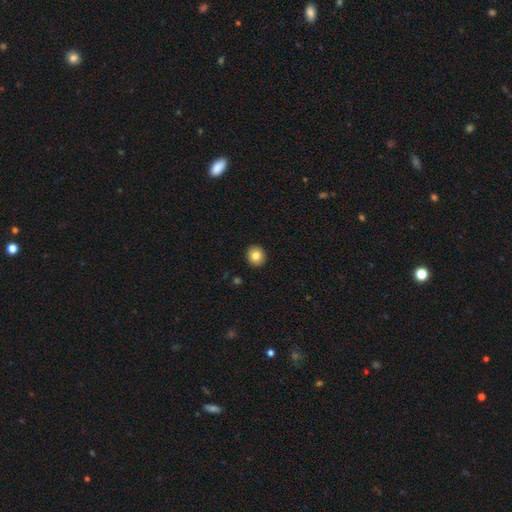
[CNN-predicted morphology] smooth 83%, star or artifact 9%, featured or disk 8%. Down the decision tree: how rounded — round (85%); merging — none (92%).